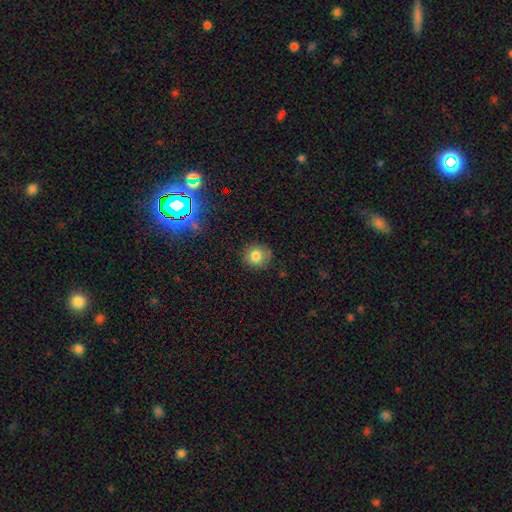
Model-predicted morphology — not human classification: smooth 80%, star or artifact 12%, featured or disk 9%. Down the decision tree: how rounded — round (86%); merging — none (80%).